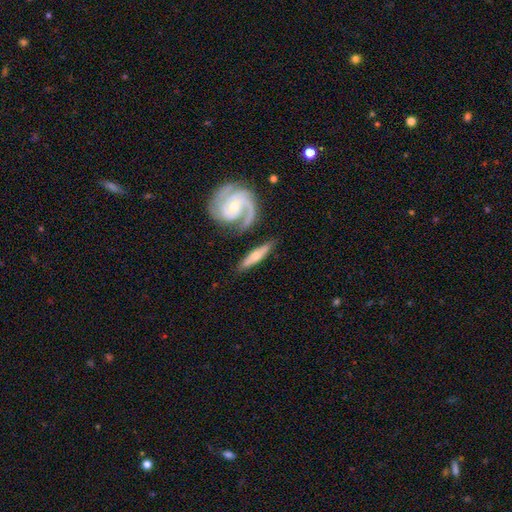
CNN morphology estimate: This appears to be a featured or disk galaxy (67%). Merging: none (73%).